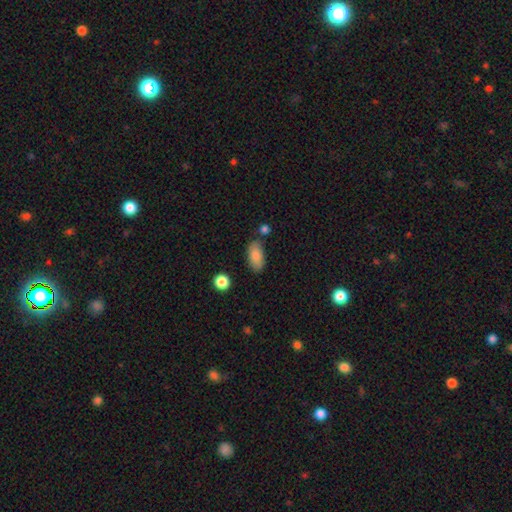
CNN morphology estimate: Smooth or featured?
  - smooth: 85% *
  - featured or disk: 8%
  - star or artifact: 7%
How rounded?
  - in between: 91% *
  - cigar-shaped: 6%
  - round: 3%
Merging?
  - none: 74% *
  - minor disturbance: 16%
  - merger: 6%
  - major disturbance: 4%